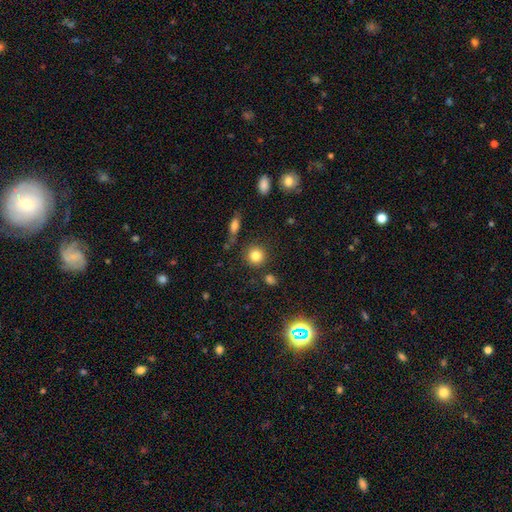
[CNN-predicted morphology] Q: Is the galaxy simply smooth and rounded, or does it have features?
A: smooth — 82%.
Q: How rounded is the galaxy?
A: round — 91%.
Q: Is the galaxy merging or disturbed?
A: none — 84%.